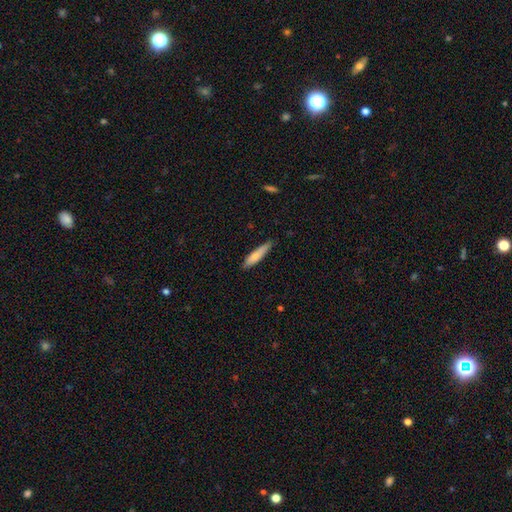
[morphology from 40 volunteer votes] Overall: smooth (82%). How rounded: cigar-shaped (76%). Merging: none (69%; minor disturbance 31%).